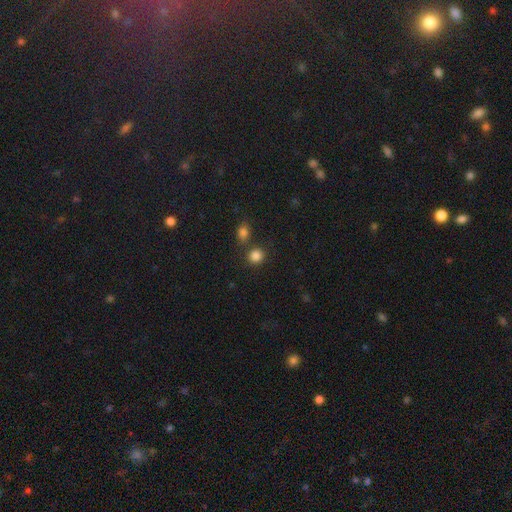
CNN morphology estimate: smooth-or-featured: smooth: 84% | star or artifact: 12% | featured or disk: 4%
  how-rounded: round: 84% | in between: 15% | cigar-shaped: 1%
  merging: none: 74% | merger: 15% | minor disturbance: 8% | major disturbance: 3%